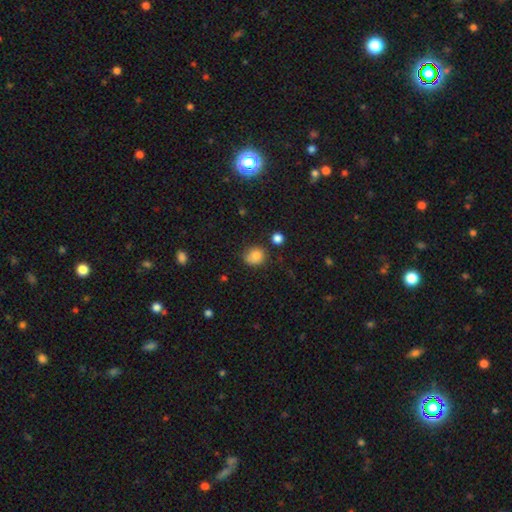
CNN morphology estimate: smooth 82%, star or artifact 11%, featured or disk 7%. Down the decision tree: how rounded — round (73%); merging — none (68%).